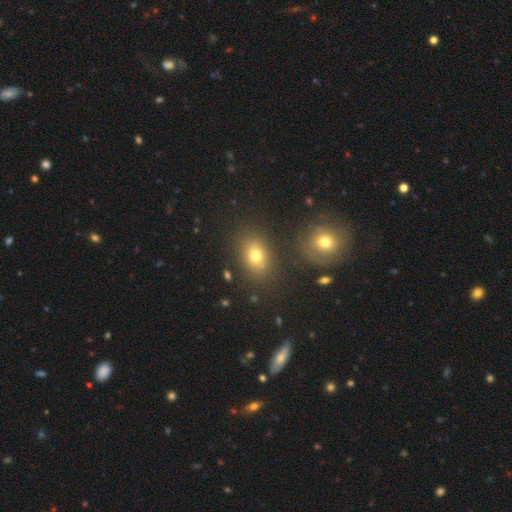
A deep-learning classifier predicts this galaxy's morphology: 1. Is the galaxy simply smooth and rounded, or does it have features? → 73% smooth, 15% star or artifact, 12% featured or disk.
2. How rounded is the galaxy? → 72% in between, 27% round, 2% cigar-shaped.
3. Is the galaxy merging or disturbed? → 80% none, 10% minor disturbance, 6% merger, 4% major disturbance.